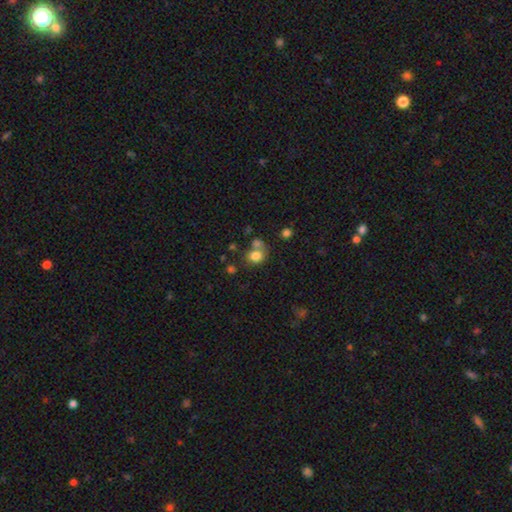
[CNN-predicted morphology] smooth 79%, star or artifact 12%, featured or disk 10%. Down the decision tree: how rounded — round (58%); merging — none (45%).